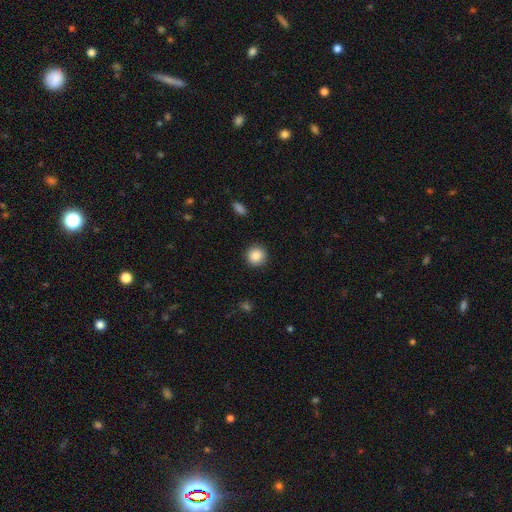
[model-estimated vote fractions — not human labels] Q: Smooth or featured?
A: smooth (86%); runner-up: star or artifact (9%)
Q: How rounded?
A: round (94%); runner-up: in between (5%)
Q: Merging?
A: none (91%); runner-up: minor disturbance (6%)